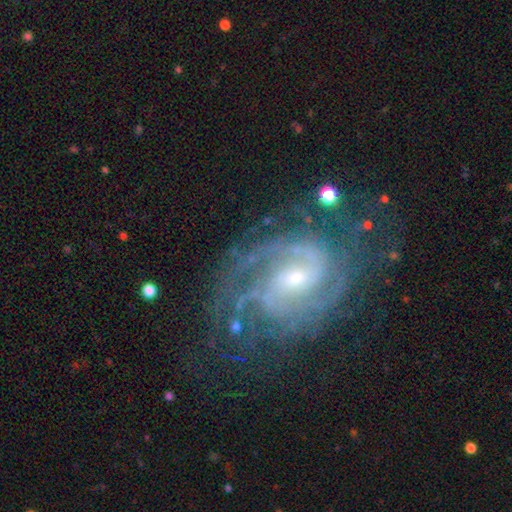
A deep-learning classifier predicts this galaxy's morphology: featured or disk 90%, star or artifact 6%, smooth 4%. Down the decision tree: edge-on disk — no (97%); bar — weak (46%); spiral arms — yes (98%); spiral arm count — 2 (43%); spiral winding — tight (51%); bulge size — small (66%); merging — none (63%).